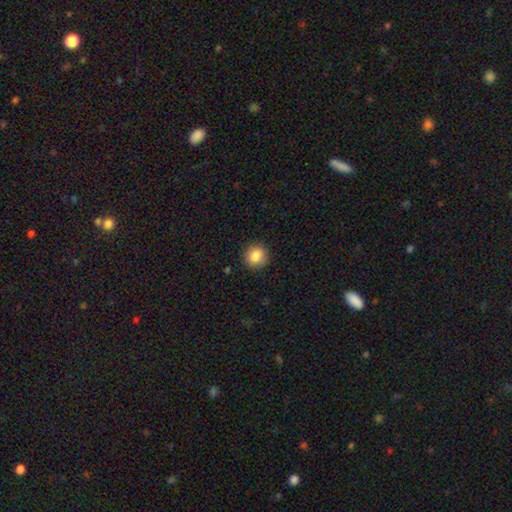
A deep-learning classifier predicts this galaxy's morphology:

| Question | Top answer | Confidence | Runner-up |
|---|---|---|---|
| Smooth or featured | smooth | 86% | star or artifact (9%) |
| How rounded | round | 84% | in between (15%) |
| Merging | none | 89% | minor disturbance (8%) |